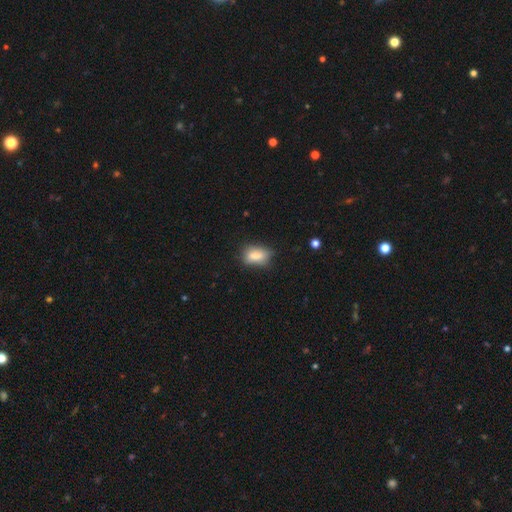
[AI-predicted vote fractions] A smooth galaxy with no disk features (82%) that is in between round and cigar-shaped (85%).

Vote fractions:
- Smooth or featured? smooth: 82% / featured or disk: 9% / star or artifact: 8%
- How rounded? in between: 85% / round: 10% / cigar-shaped: 6%
- Merging? none: 64% / minor disturbance: 27% / major disturbance: 6% / merger: 2%